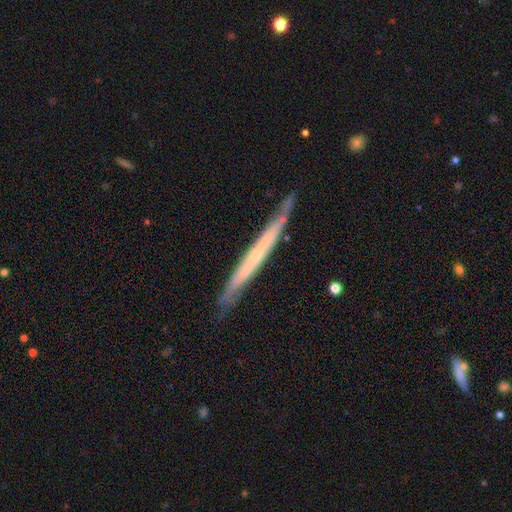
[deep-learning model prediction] The model was most divided on "smooth or featured": featured or disk: 62%, smooth: 32%, star or artifact: 6%. More confident: edge-on disk — yes (92%); merging — none (80%); edge-on bulge — none (71%).